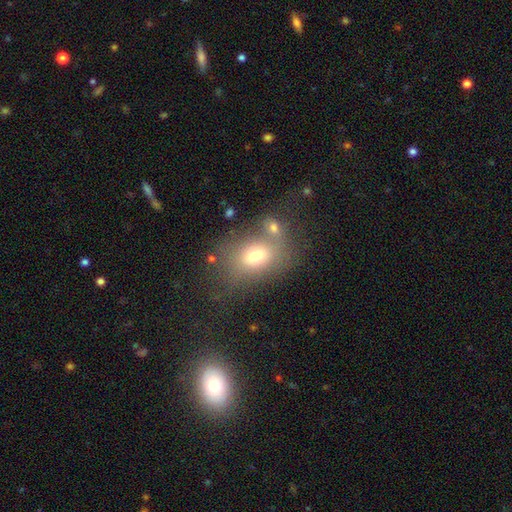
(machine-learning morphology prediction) smooth 69%, featured or disk 18%, star or artifact 13%. Down the decision tree: how rounded — in between (66%); merging — none (49%).